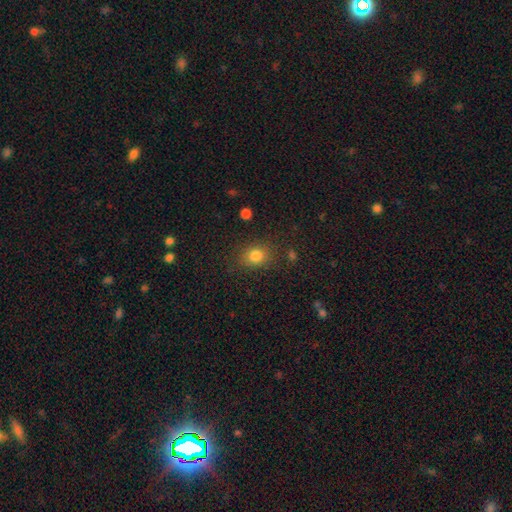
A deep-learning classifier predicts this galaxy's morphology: smooth 81%, star or artifact 12%, featured or disk 7%. Down the decision tree: how rounded — round (56%); merging — none (81%).